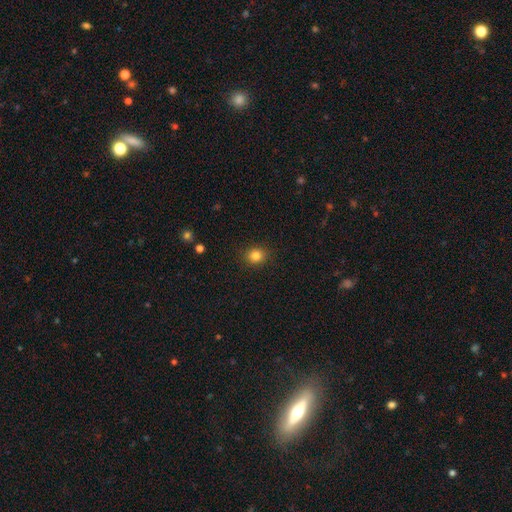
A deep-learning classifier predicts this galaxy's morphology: The model was most divided on "how rounded": round: 78%, in between: 21%, cigar-shaped: 1%. More confident: merging — none (89%); smooth or featured — smooth (84%).